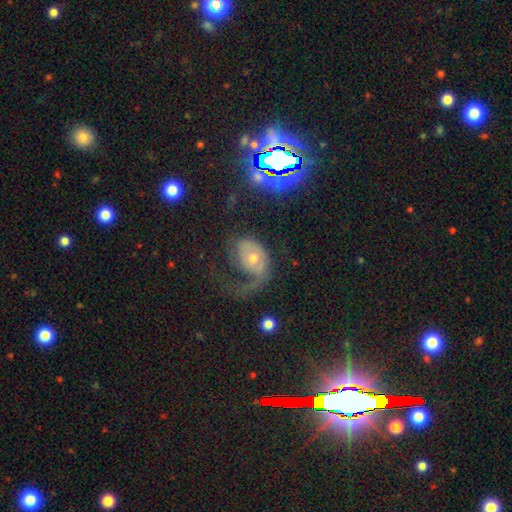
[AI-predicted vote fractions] This is likely a featured or disk galaxy (62%). It is clearly not viewed edge-on (96%). Bar: likely no (78%). Spiral arm pattern: likely yes (73%). Central bulge: possibly moderate (53%). Merging: possibly major disturbance (55%).